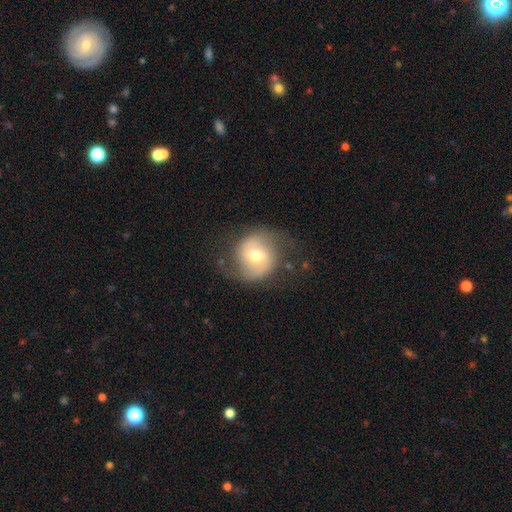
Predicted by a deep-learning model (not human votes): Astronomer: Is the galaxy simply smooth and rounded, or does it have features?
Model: featured or disk — 61%.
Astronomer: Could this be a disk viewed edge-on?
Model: no — 97%.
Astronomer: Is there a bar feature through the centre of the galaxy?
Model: weak — 46% (runner-up: no, 36%).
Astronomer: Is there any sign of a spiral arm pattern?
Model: yes — 82%.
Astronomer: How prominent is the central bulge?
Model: moderate — 67%.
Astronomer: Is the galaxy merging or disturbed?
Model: none — 66%.